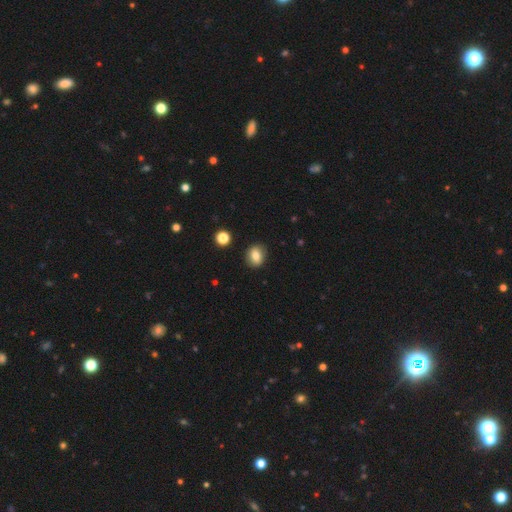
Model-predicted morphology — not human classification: smooth-or-featured: smooth: 78% | featured or disk: 12% | star or artifact: 10%
  how-rounded: round: 55% | in between: 44% | cigar-shaped: 1%
  merging: none: 88% | minor disturbance: 8% | major disturbance: 2% | merger: 2%